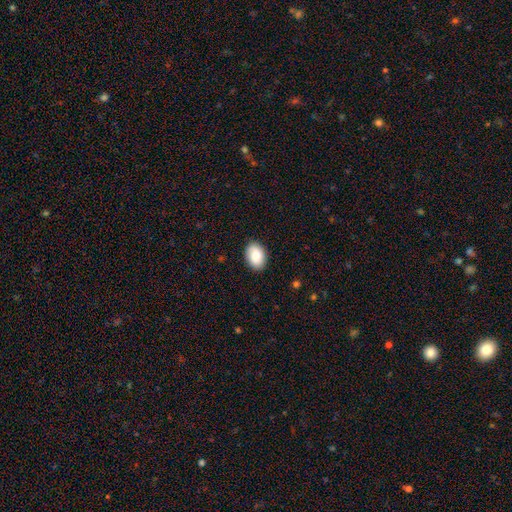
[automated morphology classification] Q: Smooth or featured?
A: smooth (87%); runner-up: star or artifact (6%)
Q: How rounded?
A: in between (87%); runner-up: round (12%)
Q: Merging?
A: none (88%); runner-up: minor disturbance (9%)